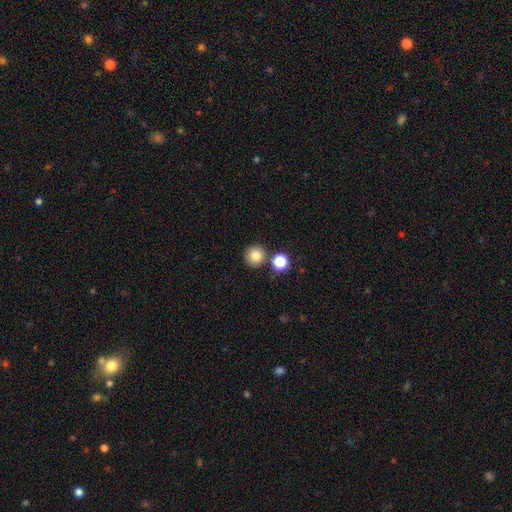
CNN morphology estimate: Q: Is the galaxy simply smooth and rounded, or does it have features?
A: smooth — 81%.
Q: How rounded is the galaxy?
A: round — 95%.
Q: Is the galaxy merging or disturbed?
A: none — 79%.